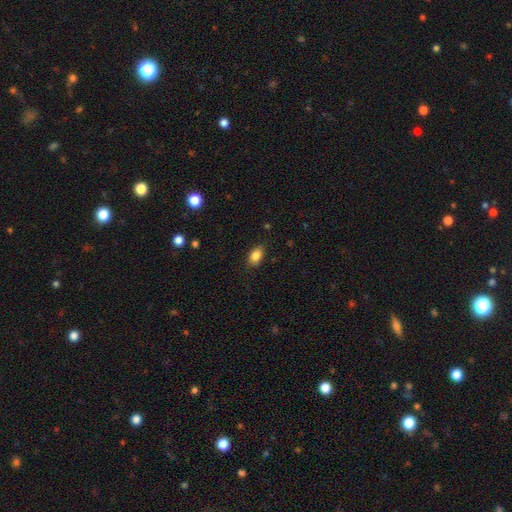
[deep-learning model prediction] This appears to be a smooth galaxy with no disk features (85%) that is in between round and cigar-shaped (86%). Merging: none (84%).